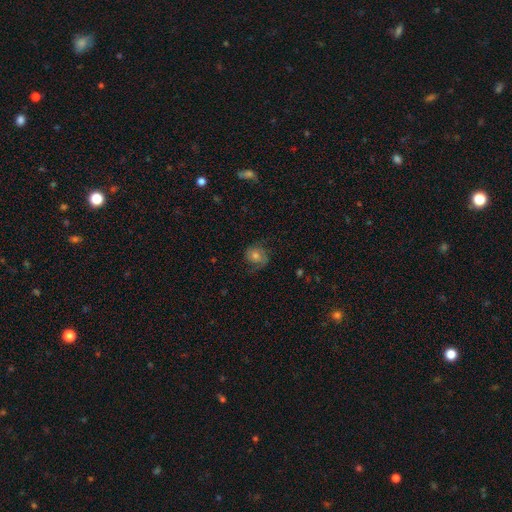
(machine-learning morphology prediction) Q: Smooth or featured?
A: featured or disk (50%); runner-up: smooth (39%)
Q: Merging?
A: none (68%); runner-up: minor disturbance (19%)